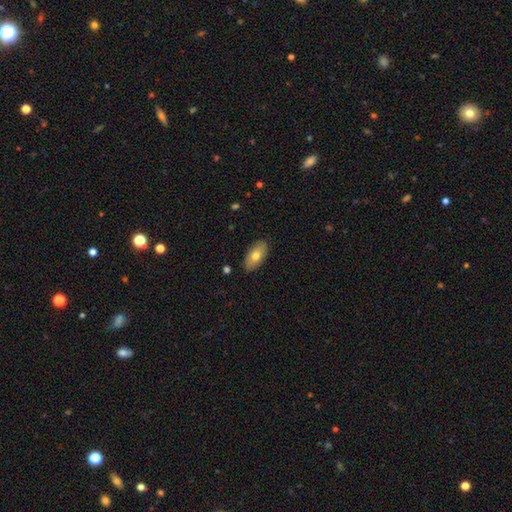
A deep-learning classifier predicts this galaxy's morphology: This is likely a smooth galaxy (71%). How rounded: clearly in between (93%). Merging: clearly none (87%).